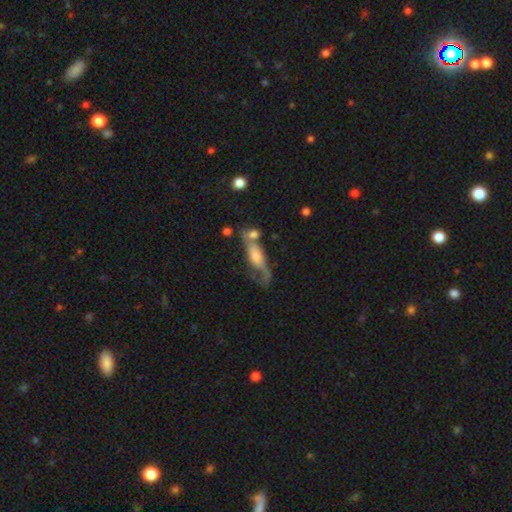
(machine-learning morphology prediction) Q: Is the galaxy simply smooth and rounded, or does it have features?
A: featured or disk — 59%.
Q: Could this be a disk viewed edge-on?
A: no — 63%.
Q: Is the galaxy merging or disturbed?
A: none — 36%.